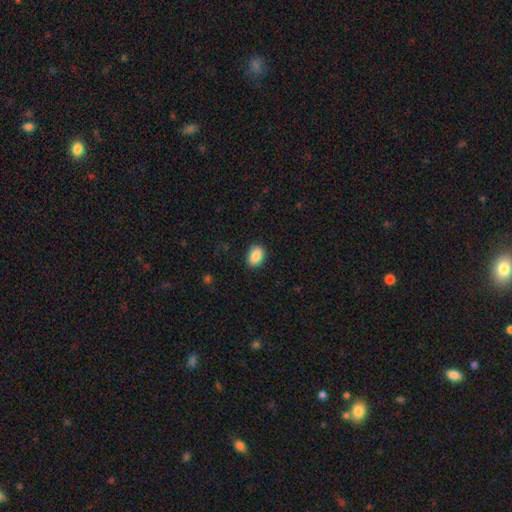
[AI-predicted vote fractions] The model was most divided on "how rounded": in between: 81%, round: 17%, cigar-shaped: 1%. More confident: smooth or featured — smooth (88%); merging — none (87%).